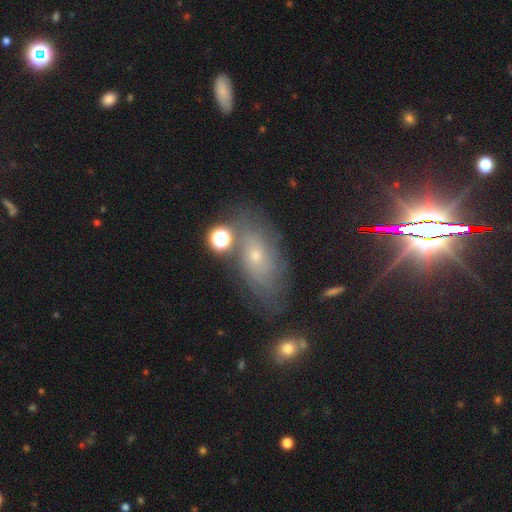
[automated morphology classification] smooth_or_featured: featured or disk (p=0.57) [alt: smooth p=0.29]
disk_edge_on: no (p=0.92) [alt: yes p=0.08]
bar: no (p=0.80) [alt: weak p=0.17]
has_spiral_arms: yes (p=0.76) [alt: no p=0.24]
bulge_size: small (p=0.68) [alt: moderate p=0.27]
merging: none (p=0.63) [alt: minor disturbance p=0.21]